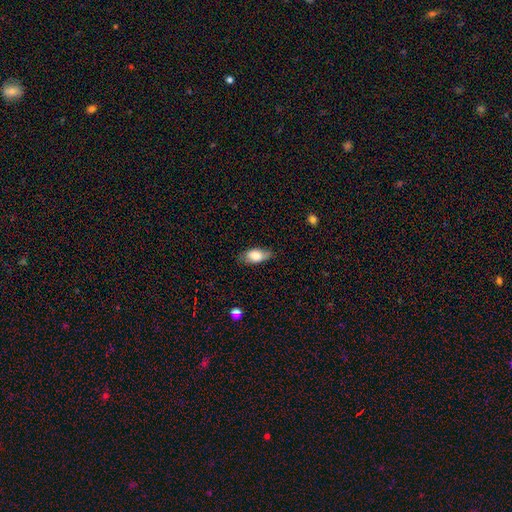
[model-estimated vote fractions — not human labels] Overall: smooth (79%). How rounded: in between (89%). Merging: none (73%).